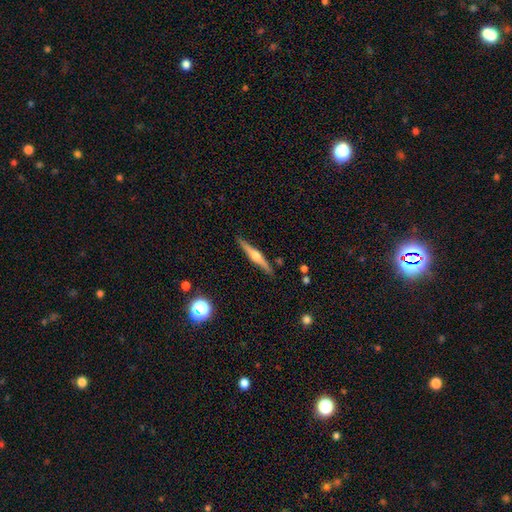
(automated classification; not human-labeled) Morphology: type=featured or disk (71%); edge-on=yes (98%); edge-on bulge=rounded (88%); merging=none (89%).